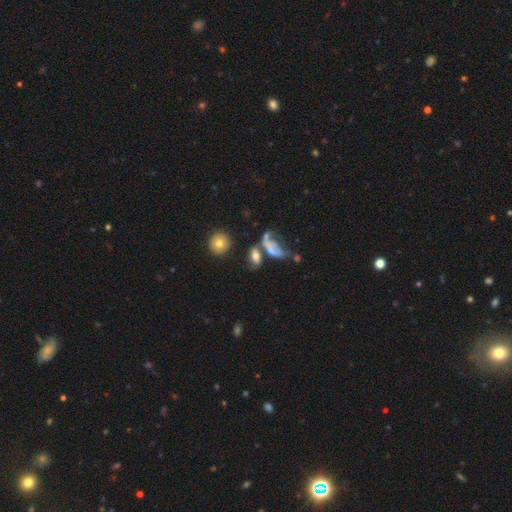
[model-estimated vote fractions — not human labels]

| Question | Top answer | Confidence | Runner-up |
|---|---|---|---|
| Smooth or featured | smooth | 58% | featured or disk (30%) |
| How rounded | in between | 75% | cigar-shaped (17%) |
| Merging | merger | 36% | none (28%) |